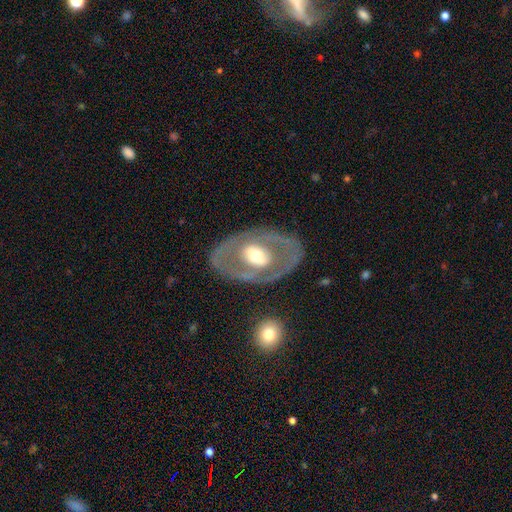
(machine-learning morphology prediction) Smooth or featured? featured or disk (66%)
Edge-on disk? no (91%)
Bar? no (61%)
Spiral arms? no (79%)
Bulge size? moderate (64%)
Merging? none (78%)